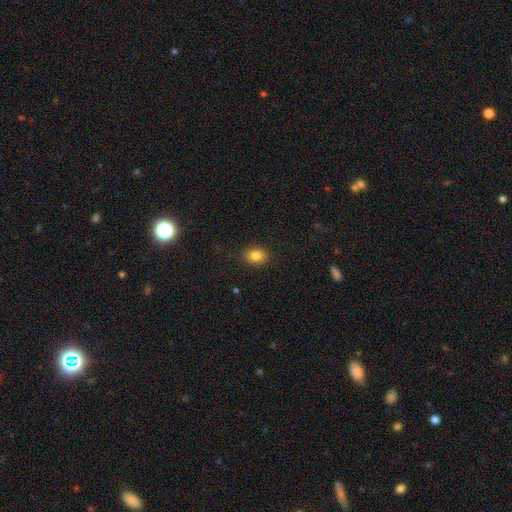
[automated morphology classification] Smooth or featured: smooth — 83% (star or artifact — 10%)
How rounded: in between — 56% (round — 43%)
Merging: none — 87% (minor disturbance — 10%)